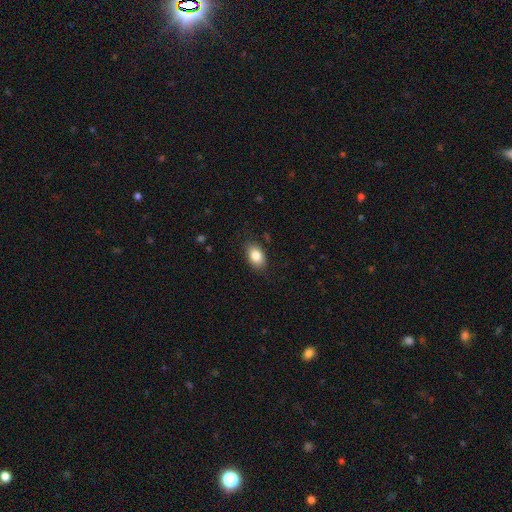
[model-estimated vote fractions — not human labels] This is clearly a smooth galaxy (85%). How rounded: clearly in between (87%). Merging: clearly none (84%).